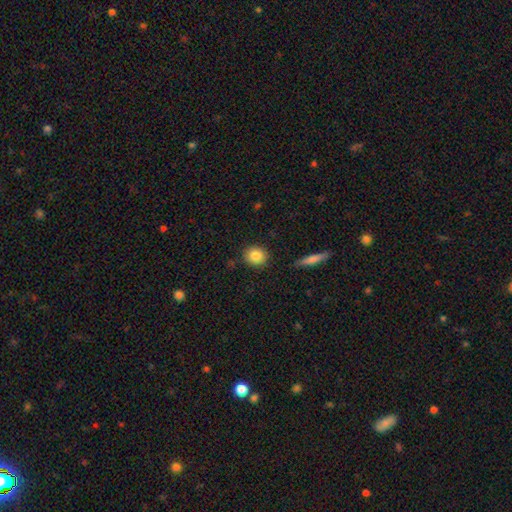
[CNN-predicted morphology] Smooth or featured? Predicted: smooth (p=0.85). How rounded? Predicted: round (p=0.79). Merging? Predicted: none (p=0.87).